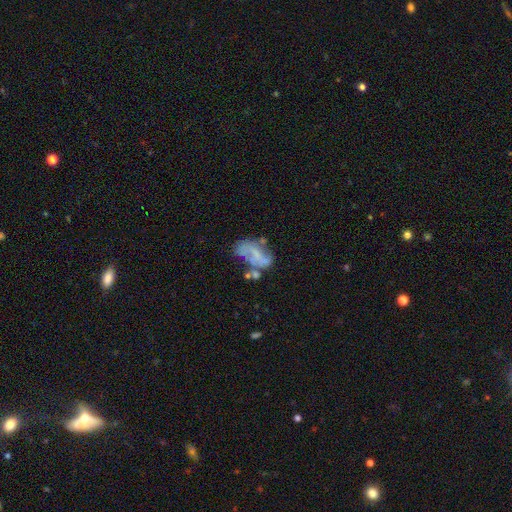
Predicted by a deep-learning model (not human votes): This is possibly a featured or disk galaxy (58%). It is clearly not viewed edge-on (96%). Bar: possibly no (58%). Spiral arm pattern: possibly no (55%). Central bulge: likely none (63%). Merging: marginally none (29%, tied with major disturbance).